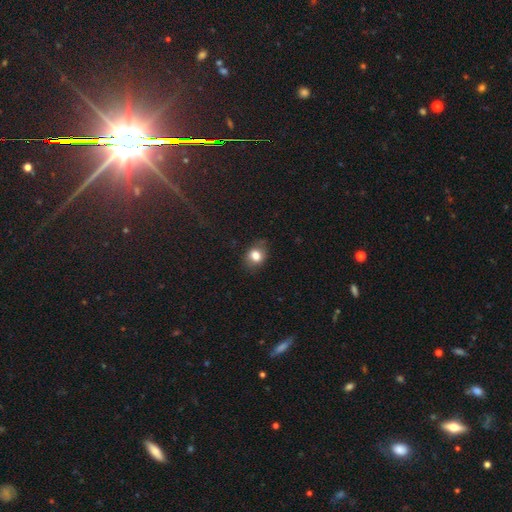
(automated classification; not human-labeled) Smooth or featured? Predicted: smooth (p=0.80). How rounded? Predicted: round (p=0.54). Merging? Predicted: none (p=0.76).